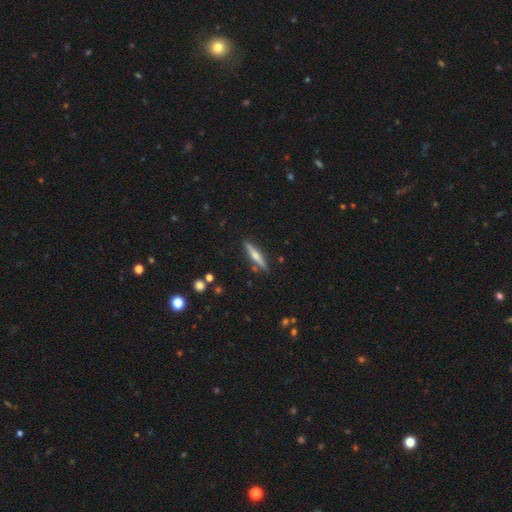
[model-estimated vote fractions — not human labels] Smooth or featured? Predicted: featured or disk (p=0.48). Merging? Predicted: none (p=0.87).